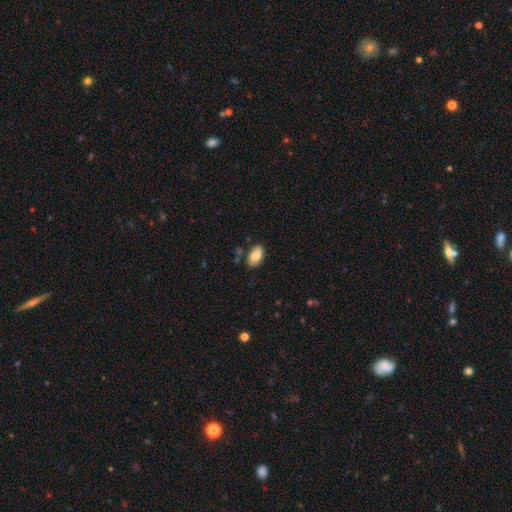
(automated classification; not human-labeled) Smooth or featured: smooth — 77% (featured or disk — 16%)
How rounded: in between — 94% (round — 4%)
Merging: none — 77% (minor disturbance — 17%)